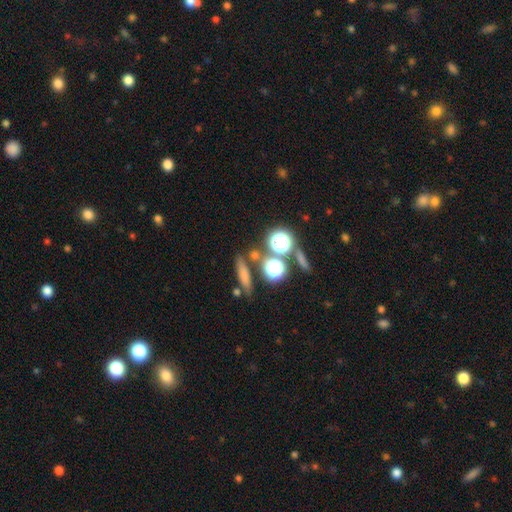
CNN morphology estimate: The model was most divided on "how rounded": round: 40%, cigar-shaped: 39%, in between: 21%. More confident: merging — none (72%); smooth or featured — smooth (56%).